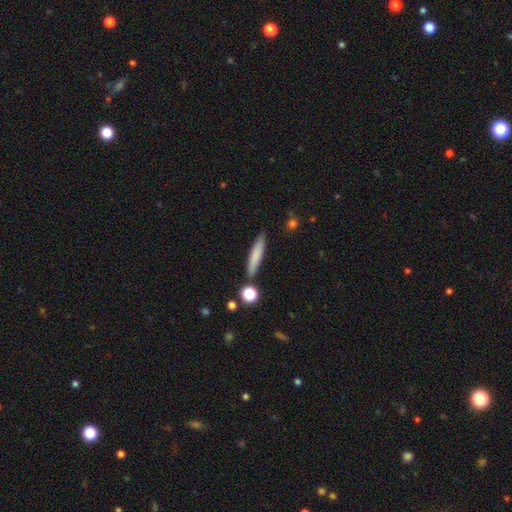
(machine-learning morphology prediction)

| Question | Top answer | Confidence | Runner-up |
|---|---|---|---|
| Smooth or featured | smooth | 77% | featured or disk (16%) |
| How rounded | cigar-shaped | 88% | in between (11%) |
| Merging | none | 82% | minor disturbance (11%) |